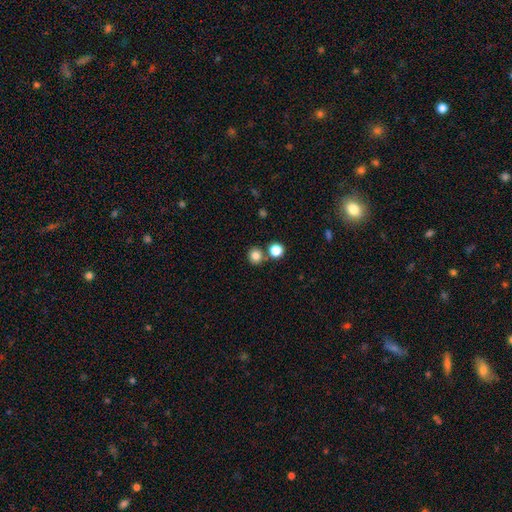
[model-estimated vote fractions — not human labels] A smooth galaxy with no disk features (82%) that is round (88%).

Vote fractions:
- Smooth or featured? smooth: 82% / star or artifact: 12% / featured or disk: 6%
- How rounded? round: 88% / in between: 11% / cigar-shaped: 1%
- Merging? none: 74% / merger: 16% / minor disturbance: 8% / major disturbance: 3%